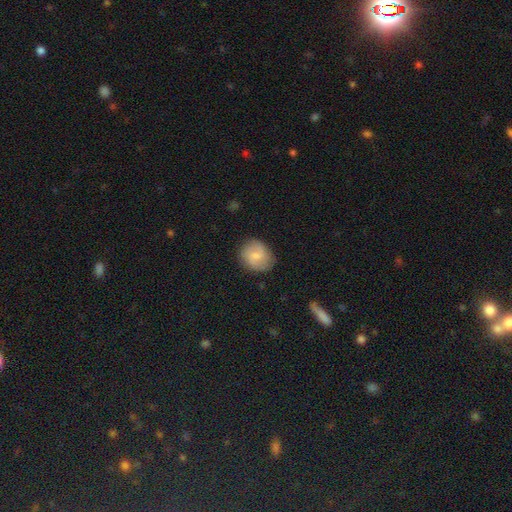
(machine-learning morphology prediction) type=smooth (59%); roundness=round (72%); merging=none (80%).